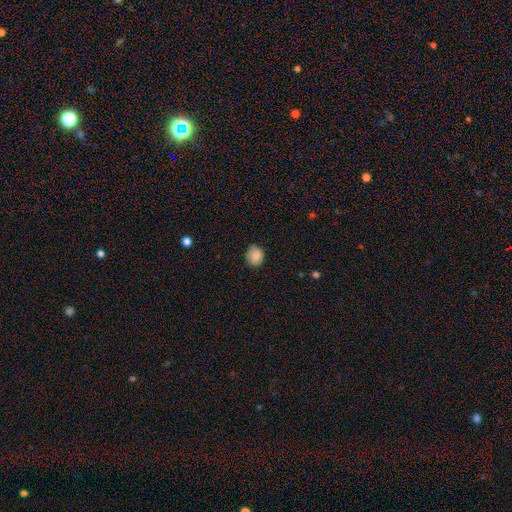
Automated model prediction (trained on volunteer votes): This is clearly a smooth galaxy (83%). How rounded: likely round (65%). Merging: likely none (74%).